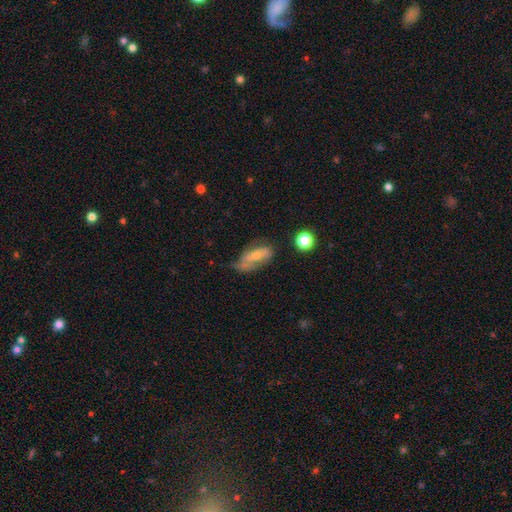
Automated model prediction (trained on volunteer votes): This appears to be a featured or disk galaxy (46%). Merging: none (36%).